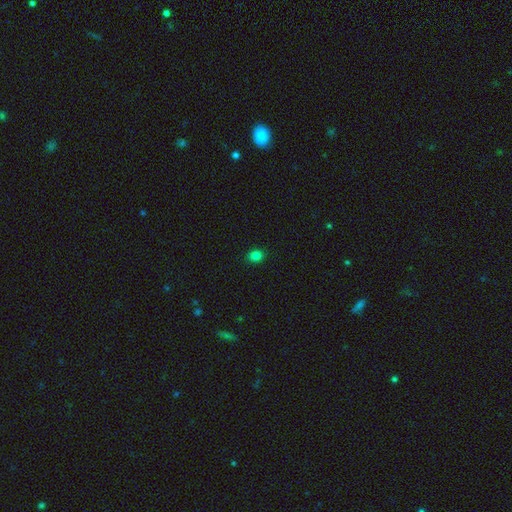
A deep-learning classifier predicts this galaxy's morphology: smooth-or-featured: smooth: 82% | star or artifact: 14% | featured or disk: 4%
  how-rounded: round: 54% | in between: 45% | cigar-shaped: 1%
  merging: none: 90% | minor disturbance: 7% | major disturbance: 2% | merger: 1%